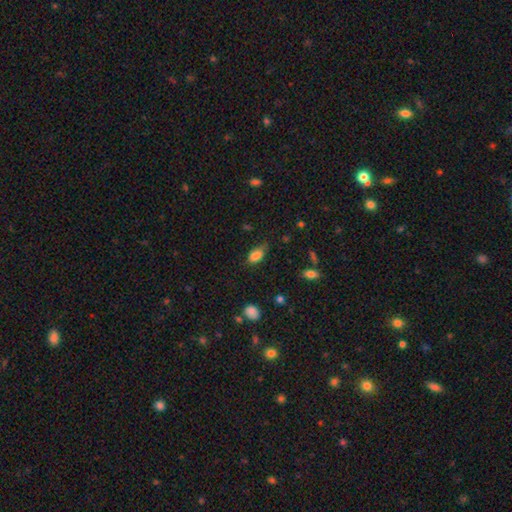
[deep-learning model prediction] Overall: smooth (83%). How rounded: in between (88%). Merging: none (53%; minor disturbance 35%).